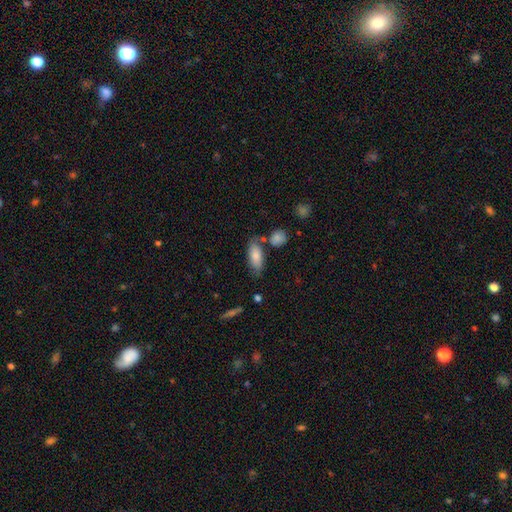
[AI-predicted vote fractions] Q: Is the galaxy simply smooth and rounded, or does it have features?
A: smooth — 81%.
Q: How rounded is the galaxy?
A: in between — 83%.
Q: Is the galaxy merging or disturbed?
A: none — 67%.